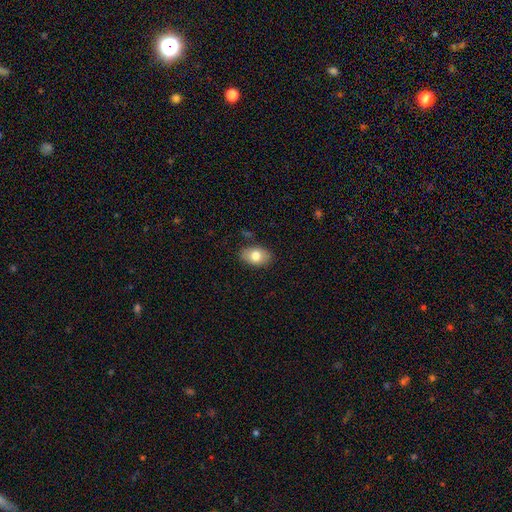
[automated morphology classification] smooth 77%, featured or disk 15%, star or artifact 7%. Down the decision tree: how rounded — in between (86%); merging — none (84%).